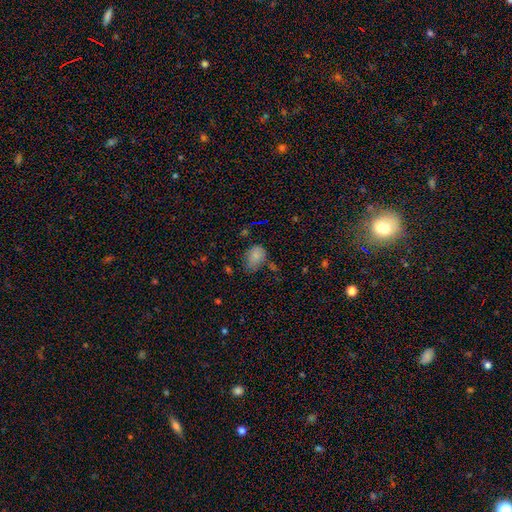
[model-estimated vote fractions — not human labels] Smooth or featured: smooth — 80% (star or artifact — 12%)
How rounded: in between — 74% (round — 25%)
Merging: none — 51% (minor disturbance — 33%)